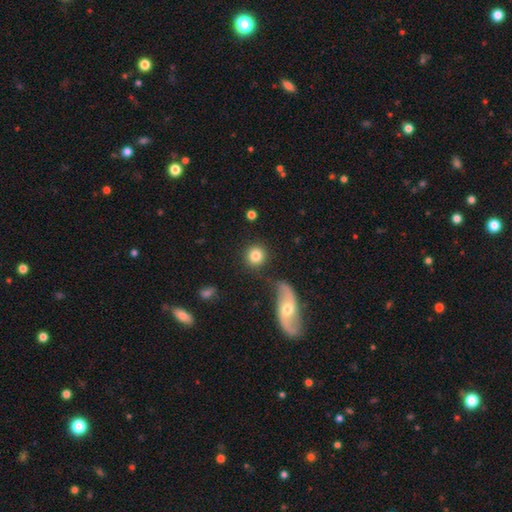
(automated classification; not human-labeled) Morphology: type=smooth (82%); roundness=round (91%); merging=none (79%).